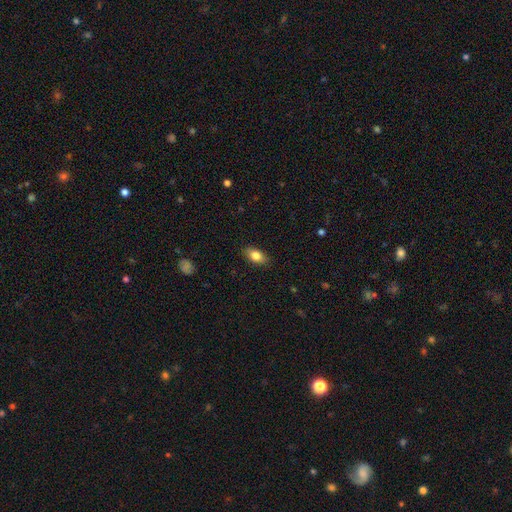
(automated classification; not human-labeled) Morphology: type=smooth (82%); roundness=in between (86%); merging=none (86%).